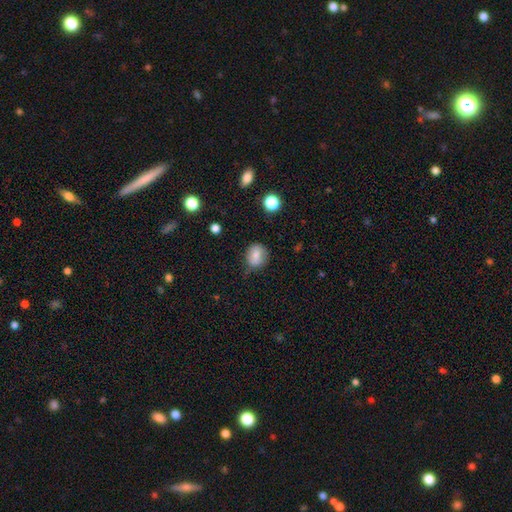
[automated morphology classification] A smooth galaxy with no disk features (78%) that is round (65%).

Vote fractions:
- Smooth or featured? smooth: 78% / featured or disk: 12% / star or artifact: 10%
- How rounded? round: 65% / in between: 34% / cigar-shaped: 1%
- Merging? none: 69% / minor disturbance: 24% / major disturbance: 5% / merger: 2%